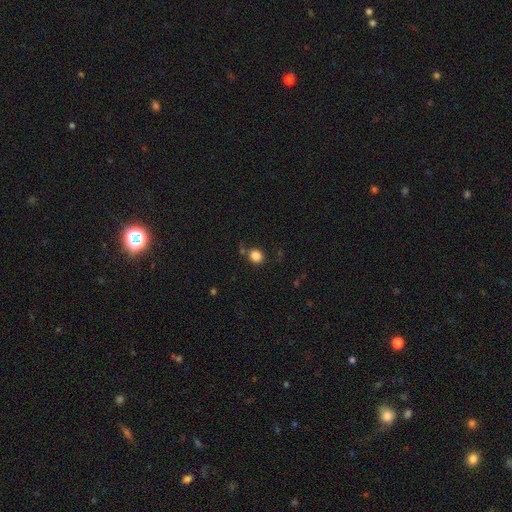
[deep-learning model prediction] A smooth galaxy with no disk features (85%) that is round (80%). Merging: none (73%).